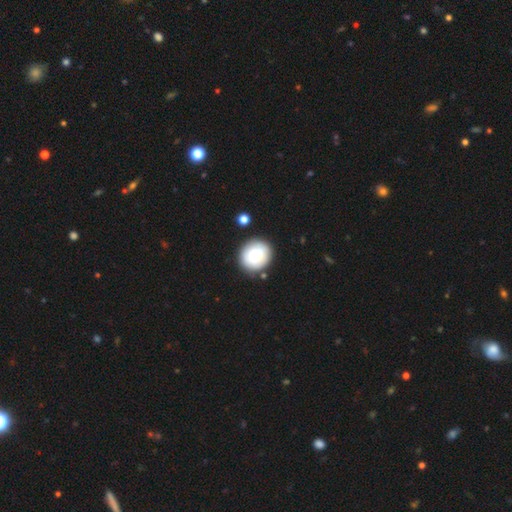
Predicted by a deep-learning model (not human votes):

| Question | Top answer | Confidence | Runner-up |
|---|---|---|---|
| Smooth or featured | smooth | 80% | featured or disk (12%) |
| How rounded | round | 83% | in between (16%) |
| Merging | none | 82% | minor disturbance (10%) |